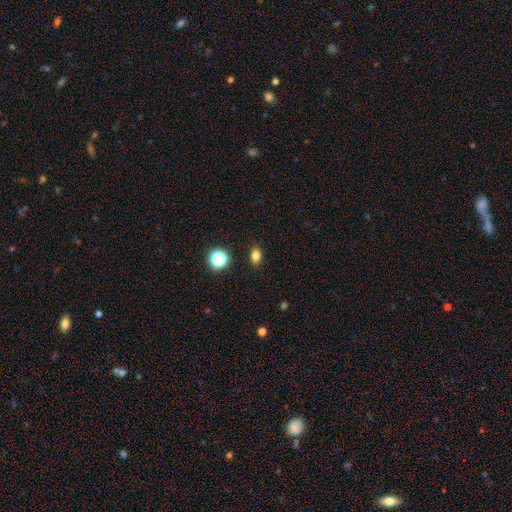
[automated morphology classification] type=smooth (79%); roundness=in between (71%); merging=none (88%).